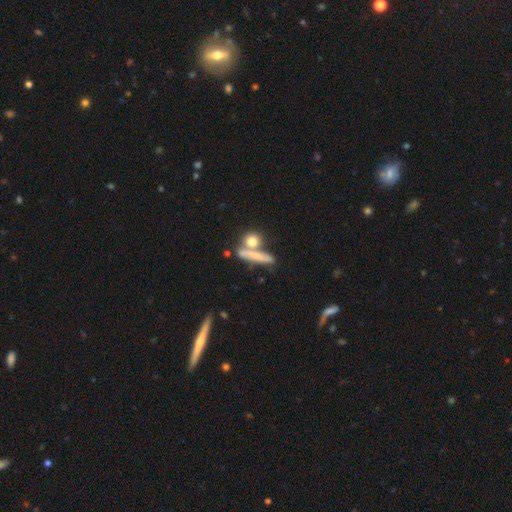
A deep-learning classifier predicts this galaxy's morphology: Smooth or featured? Predicted: smooth (p=0.66). How rounded? Predicted: cigar-shaped (p=0.62). Merging? Predicted: none (p=0.57).